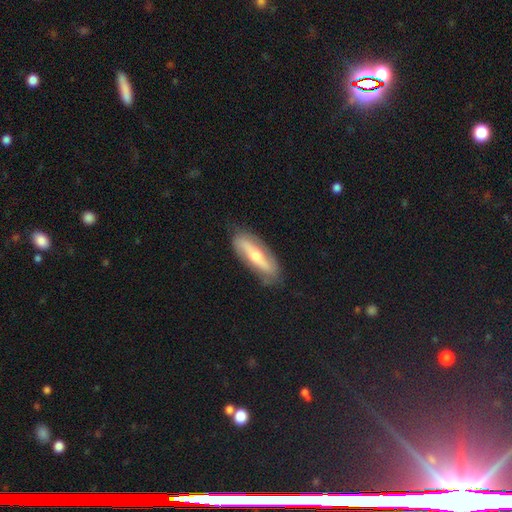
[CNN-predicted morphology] type=featured or disk (61%); edge-on=no (61%); merging=none (79%).